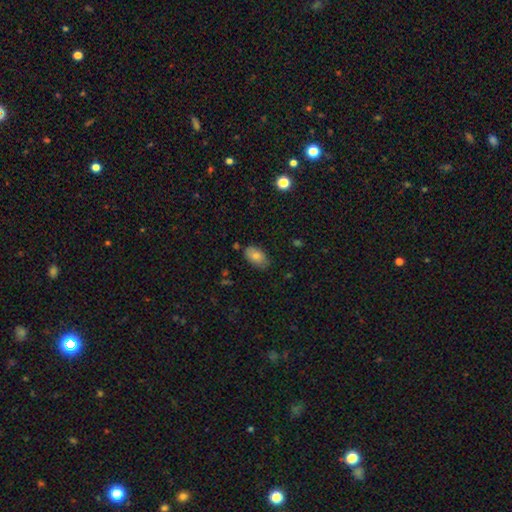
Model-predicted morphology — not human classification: smooth_or_featured: smooth (p=0.78) [alt: featured or disk p=0.14]
how_rounded: in between (p=0.92) [alt: round p=0.06]
merging: none (p=0.77) [alt: minor disturbance p=0.18]